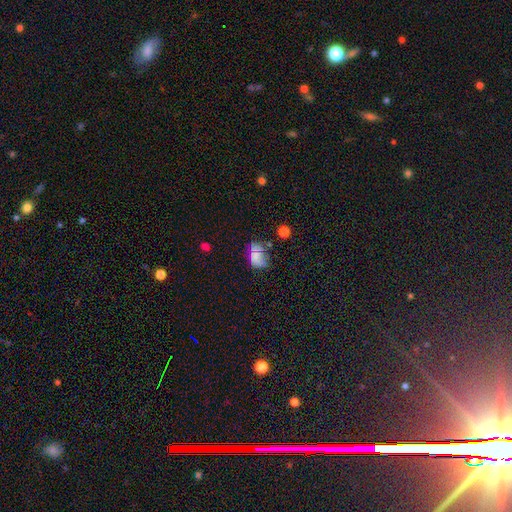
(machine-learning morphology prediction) Q: Smooth or featured?
A: smooth (66%); runner-up: featured or disk (18%)
Q: How rounded?
A: in between (79%); runner-up: round (20%)
Q: Merging?
A: none (47%); runner-up: minor disturbance (29%)